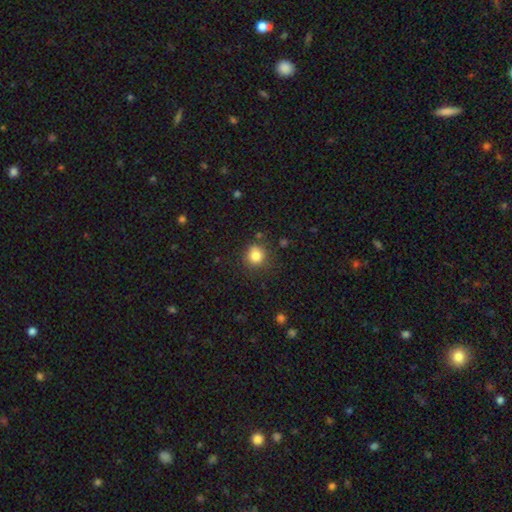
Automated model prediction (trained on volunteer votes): smooth-or-featured: smooth: 83% | star or artifact: 11% | featured or disk: 5%
  how-rounded: round: 89% | in between: 10% | cigar-shaped: 1%
  merging: none: 80% | minor disturbance: 13% | major disturbance: 4% | merger: 3%